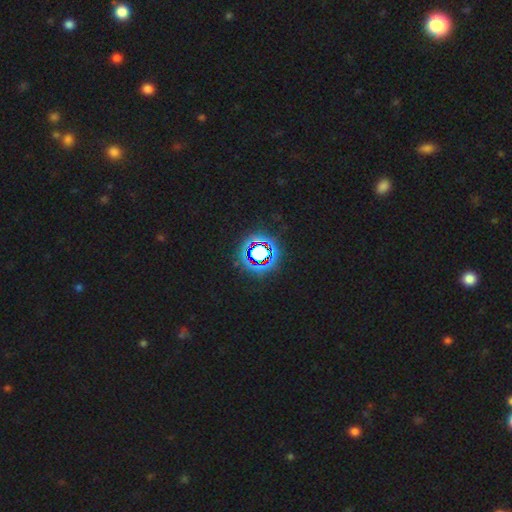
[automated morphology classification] star or artifact 79%, smooth 14%, featured or disk 7%.